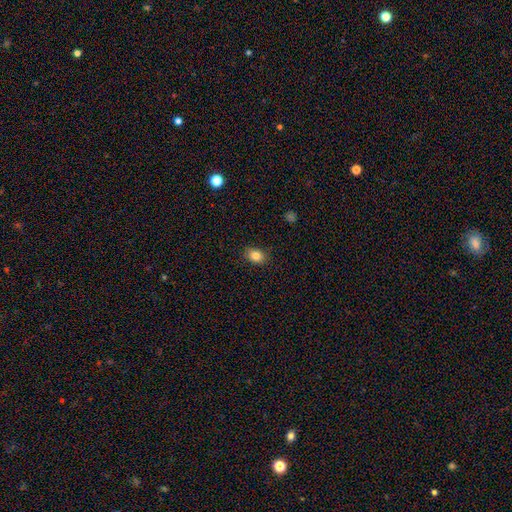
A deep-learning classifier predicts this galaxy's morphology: Smooth or featured: smooth — 83% (star or artifact — 10%)
How rounded: in between — 66% (round — 33%)
Merging: none — 87% (minor disturbance — 10%)